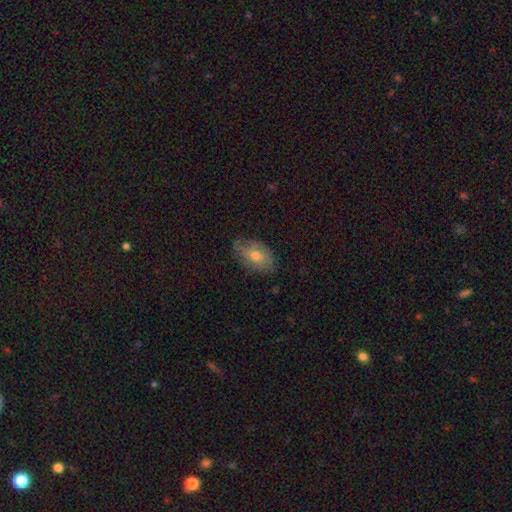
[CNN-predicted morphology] Smooth or featured: smooth — 57% (featured or disk — 35%)
How rounded: in between — 89% (round — 8%)
Merging: none — 69% (minor disturbance — 25%)